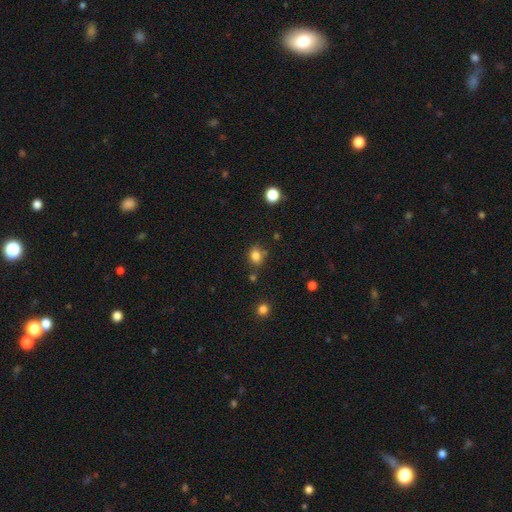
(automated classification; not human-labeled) Q: Smooth or featured?
A: smooth (82%); runner-up: star or artifact (13%)
Q: How rounded?
A: round (58%); runner-up: in between (41%)
Q: Merging?
A: none (74%); runner-up: minor disturbance (14%)